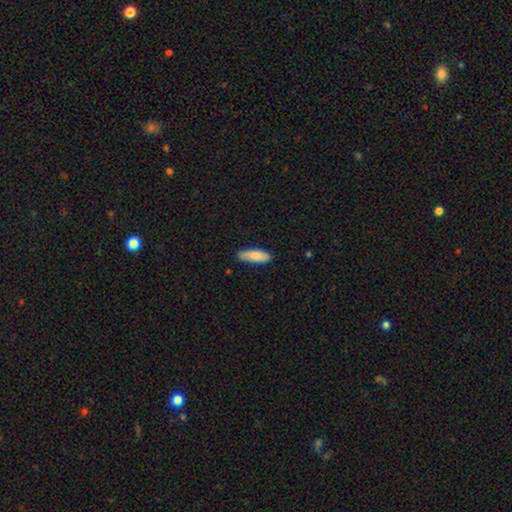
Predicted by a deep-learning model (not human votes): Overall: smooth (85%). How rounded: in between (52%; cigar-shaped 47%). Merging: none (80%).